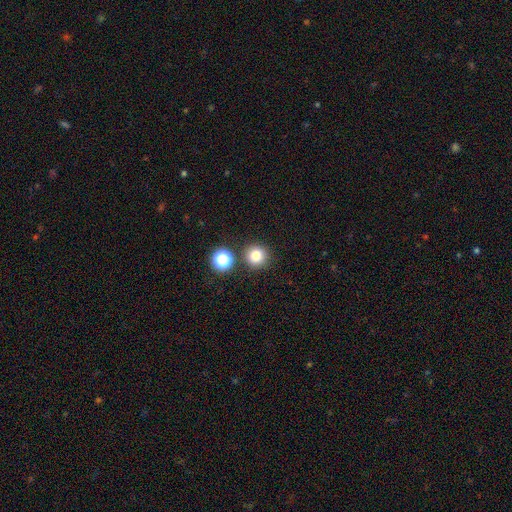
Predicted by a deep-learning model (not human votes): Smooth or featured? Predicted: smooth (p=0.79). How rounded? Predicted: round (p=0.94). Merging? Predicted: none (p=0.84).